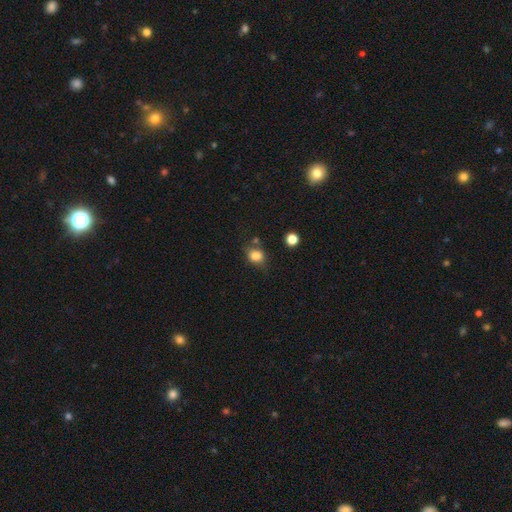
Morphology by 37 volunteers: Overall: smooth (89%). How rounded: round (55%; in between 42%). Merging: none (42%; minor disturbance 28%).